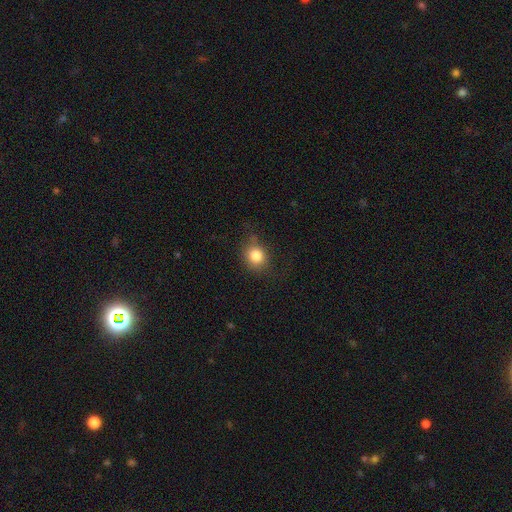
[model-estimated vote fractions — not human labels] A smooth galaxy with no disk features (82%) that is round (74%).

Vote fractions:
- Smooth or featured? smooth: 82% / star or artifact: 11% / featured or disk: 8%
- How rounded? round: 74% / in between: 25% / cigar-shaped: 1%
- Merging? none: 72% / minor disturbance: 21% / major disturbance: 6% / merger: 1%